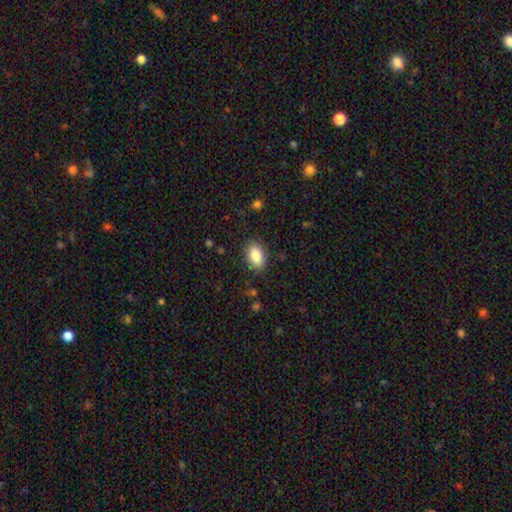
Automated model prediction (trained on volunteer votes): Overall: smooth (85%). How rounded: in between (91%). Merging: none (85%).